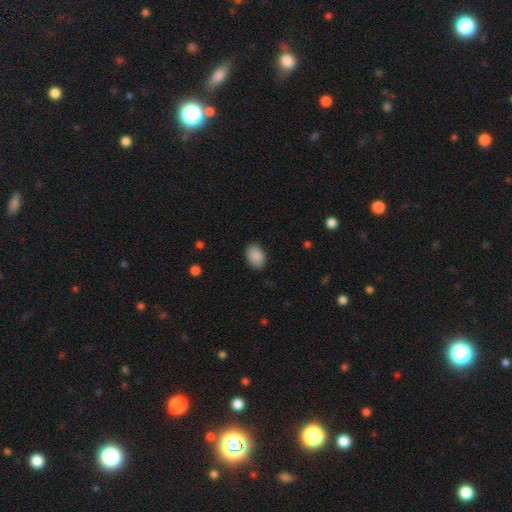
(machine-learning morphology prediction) This is clearly a smooth galaxy (90%). How rounded: clearly in between (84%). Merging: clearly none (86%).